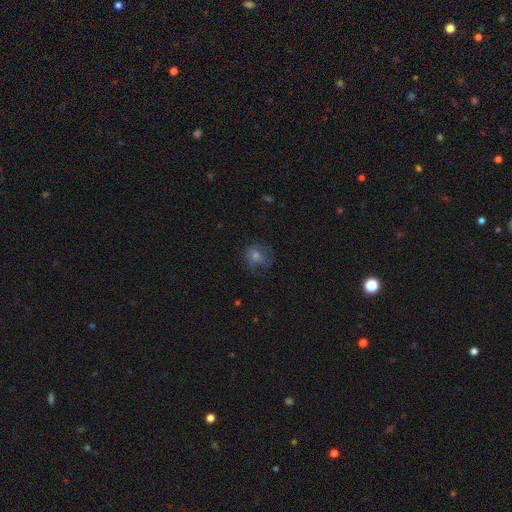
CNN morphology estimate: Smooth or featured? smooth (50%)
How rounded? round (81%)
Merging? none (69%)